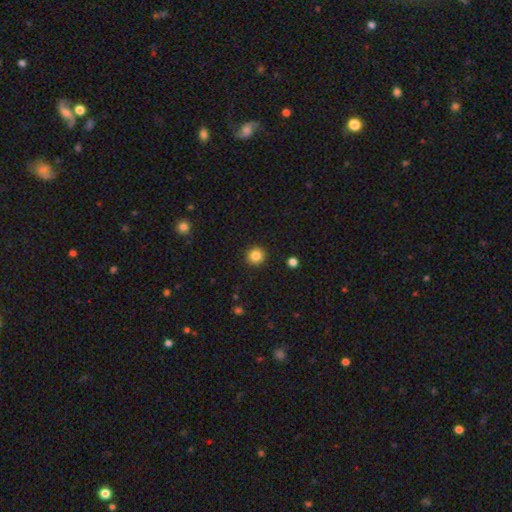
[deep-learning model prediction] Morphology: type=smooth (83%); roundness=round (94%); merging=none (92%).